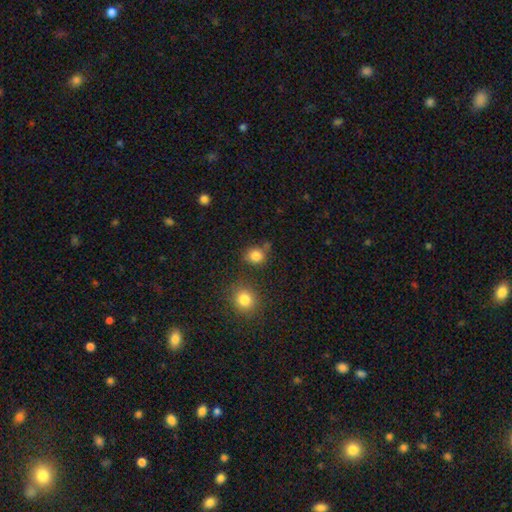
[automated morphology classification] Q: Smooth or featured?
A: smooth (83%); runner-up: star or artifact (13%)
Q: How rounded?
A: round (79%); runner-up: in between (20%)
Q: Merging?
A: none (72%); runner-up: minor disturbance (13%)